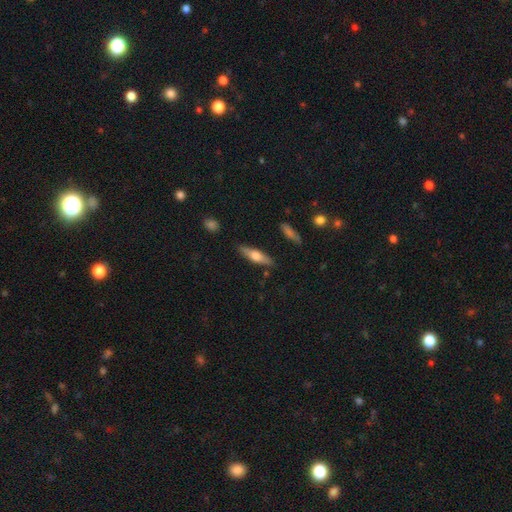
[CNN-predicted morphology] This appears to be a smooth galaxy with no disk features (51%) that is cigar-shaped (66%). Merging: none (86%).